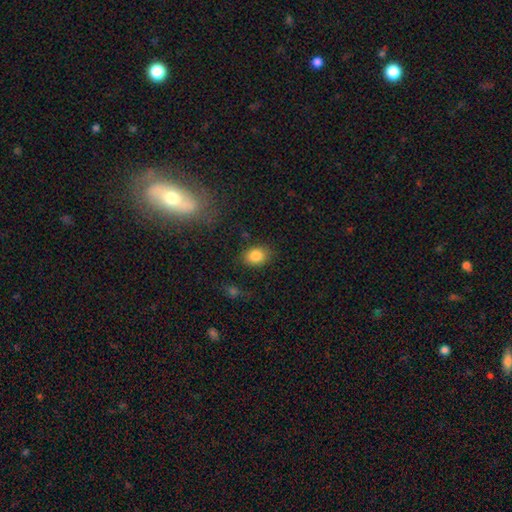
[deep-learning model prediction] Smooth or featured: smooth — 85% (star or artifact — 9%)
How rounded: in between — 65% (round — 34%)
Merging: none — 80% (minor disturbance — 13%)